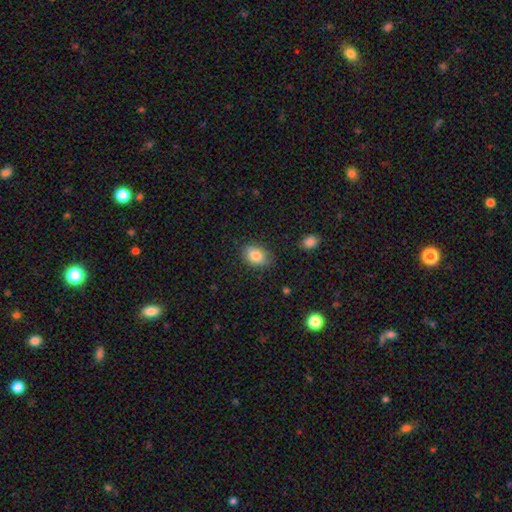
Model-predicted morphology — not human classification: Smooth or featured: smooth — 82% (featured or disk — 10%)
How rounded: in between — 78% (round — 21%)
Merging: none — 79% (minor disturbance — 16%)